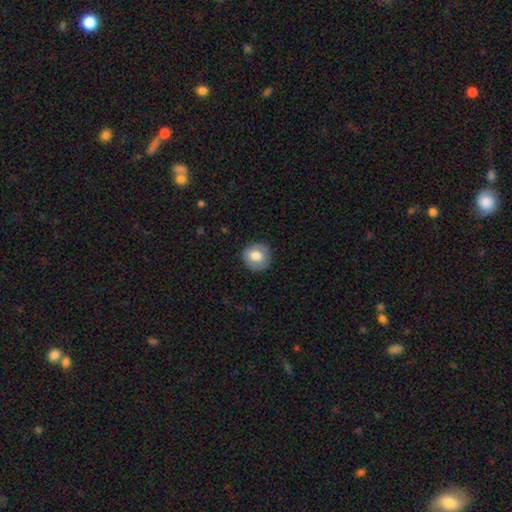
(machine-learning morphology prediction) Smooth or featured: smooth — 78% (featured or disk — 15%)
How rounded: round — 91% (in between — 8%)
Merging: none — 88% (minor disturbance — 9%)